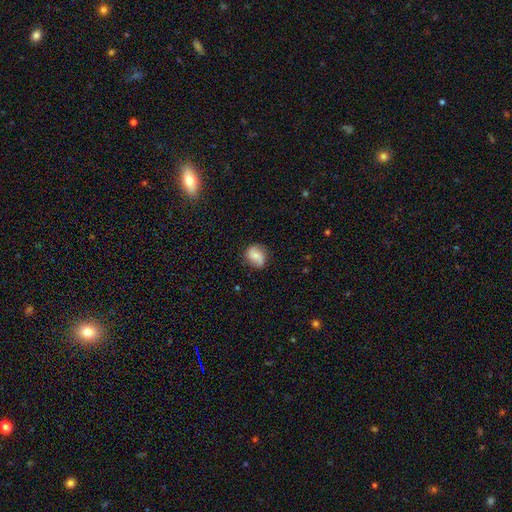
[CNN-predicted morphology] This is possibly a smooth galaxy (56%). How rounded: possibly round (55%). Merging: likely none (73%).